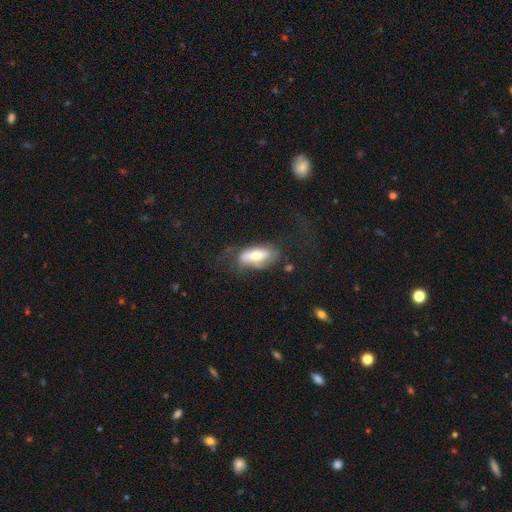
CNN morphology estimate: A smooth galaxy with no disk features (56%) that is in between round and cigar-shaped (81%).

Vote fractions:
- Smooth or featured? smooth: 56% / featured or disk: 37% / star or artifact: 7%
- How rounded? in between: 81% / cigar-shaped: 16% / round: 3%
- Merging? none: 47% / minor disturbance: 27% / major disturbance: 23% / merger: 3%